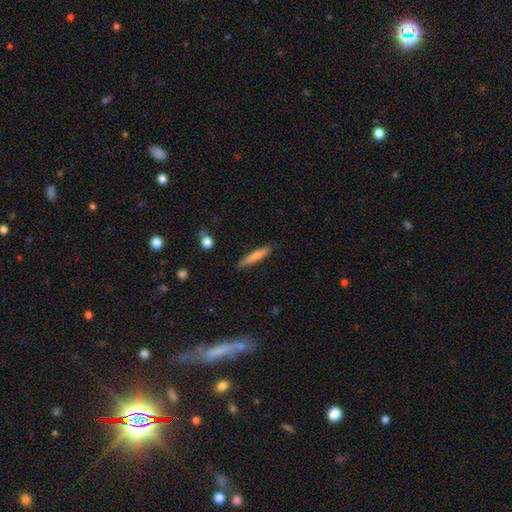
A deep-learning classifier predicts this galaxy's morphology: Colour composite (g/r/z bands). It shows a smooth galaxy with no disk features (71%) that is cigar-shaped (89%). Merging: none (86%).